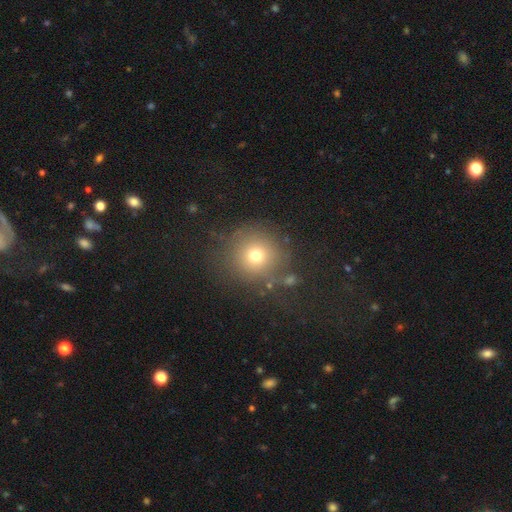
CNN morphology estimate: Smooth or featured?
  - smooth: 71% *
  - star or artifact: 17%
  - featured or disk: 12%
How rounded?
  - round: 92% *
  - in between: 7%
  - cigar-shaped: 1%
Merging?
  - none: 78% *
  - minor disturbance: 11%
  - major disturbance: 7%
  - merger: 4%